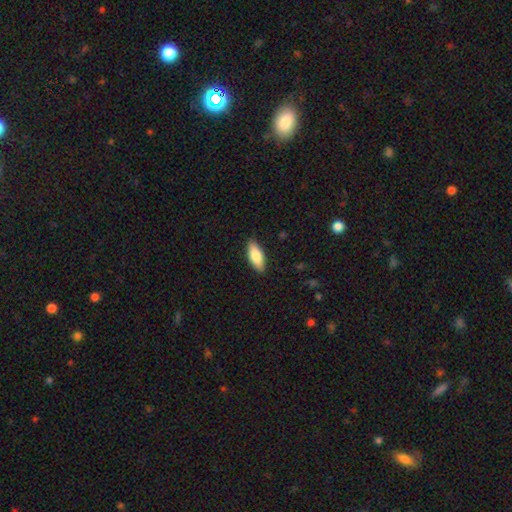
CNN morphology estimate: Smooth or featured: smooth — 81% (featured or disk — 13%)
How rounded: in between — 79% (cigar-shaped — 19%)
Merging: none — 88% (minor disturbance — 9%)